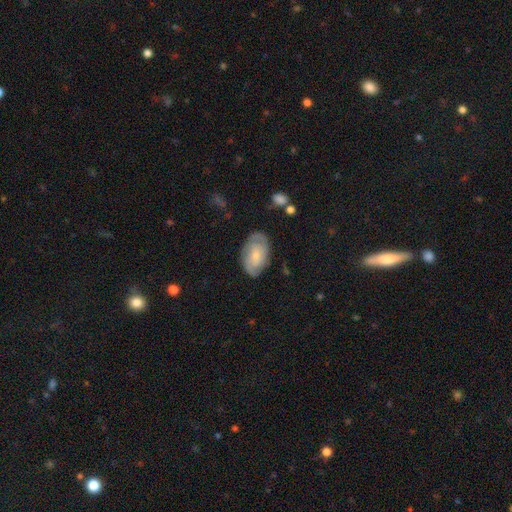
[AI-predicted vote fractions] Smooth or featured? Predicted: featured or disk (p=0.69). Edge-on disk? Predicted: no (p=0.96). Bar? Predicted: no (p=0.66). Spiral arms? Predicted: yes (p=0.91). Spiral winding? Predicted: tight (p=0.53). Spiral arm count? Predicted: 2 (p=0.57). Bulge size? Predicted: small (p=0.64). Merging? Predicted: none (p=0.76).